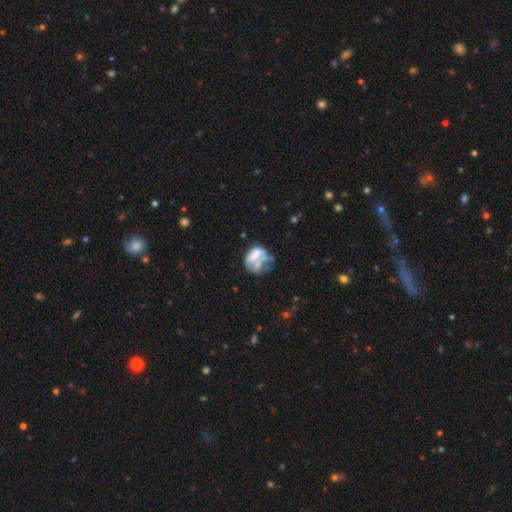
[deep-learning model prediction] Smooth or featured?
  - featured or disk: 50% *
  - smooth: 39%
  - star or artifact: 11%
Merging?
  - major disturbance: 32% *
  - none: 24%
  - merger: 24%
  - minor disturbance: 19%